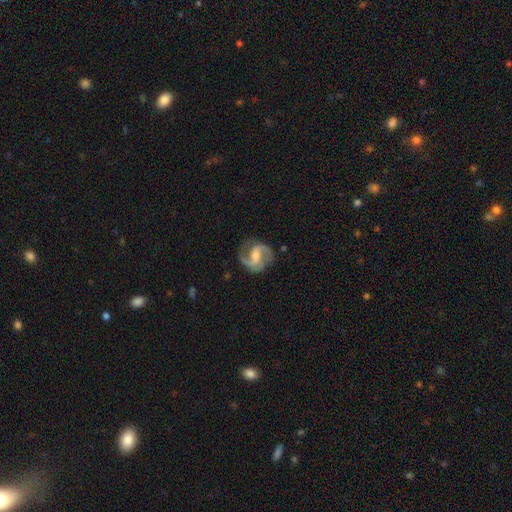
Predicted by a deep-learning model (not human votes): Smooth or featured? featured or disk (89%)
Edge-on disk? no (98%)
Bar? weak (48%)
Spiral arms? yes (97%)
Spiral winding? medium (54%)
Spiral arm count? 2 (92%)
Bulge size? moderate (59%)
Merging? none (80%)